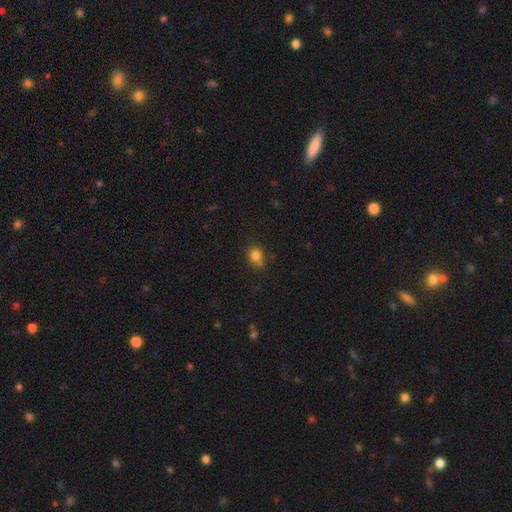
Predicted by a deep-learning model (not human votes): Smooth or featured?
  - smooth: 81% *
  - star or artifact: 12%
  - featured or disk: 7%
How rounded?
  - round: 57% *
  - in between: 42%
  - cigar-shaped: 1%
Merging?
  - none: 62% *
  - minor disturbance: 25%
  - merger: 8%
  - major disturbance: 6%